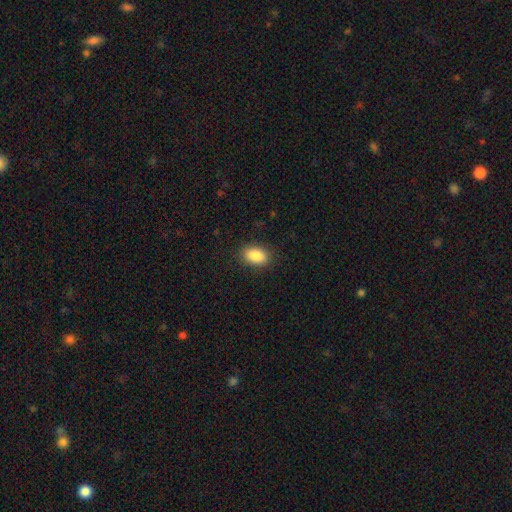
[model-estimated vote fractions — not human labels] smooth_or_featured: smooth (p=0.88) [alt: star or artifact p=0.08]
how_rounded: in between (p=0.89) [alt: round p=0.09]
merging: none (p=0.87) [alt: minor disturbance p=0.09]